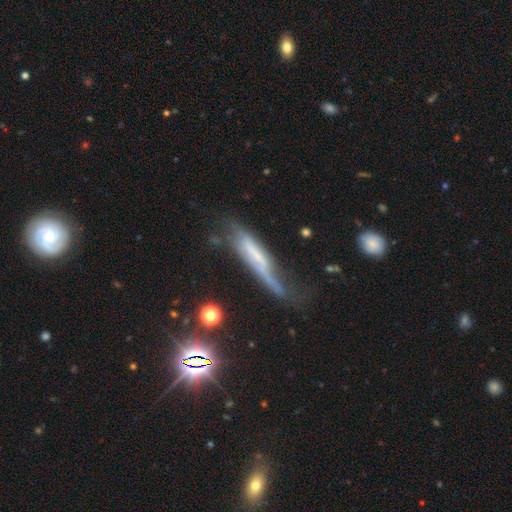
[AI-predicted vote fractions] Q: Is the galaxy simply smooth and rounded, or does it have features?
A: featured or disk — 57%.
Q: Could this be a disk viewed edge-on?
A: yes — 60%.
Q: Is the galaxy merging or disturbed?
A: major disturbance — 34%.